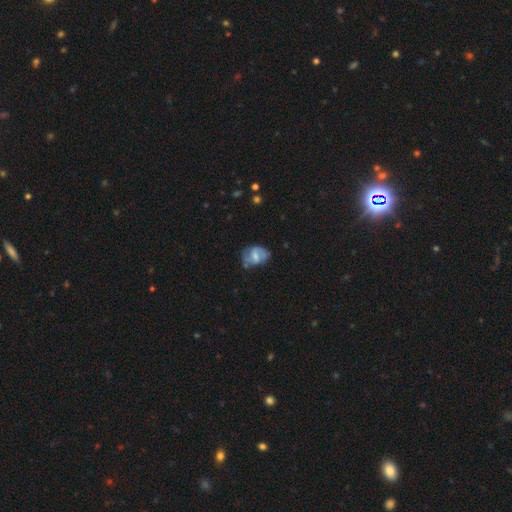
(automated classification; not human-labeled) A featured or disk galaxy (56%) with a weak bar (48%), spiral arms (67%) and a moderate central bulge (37%). Merging: none (51%).